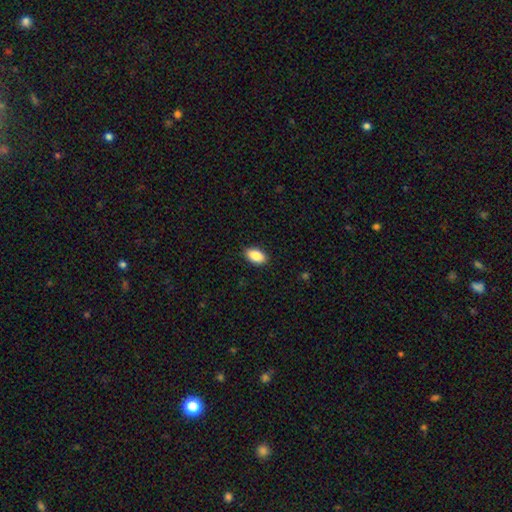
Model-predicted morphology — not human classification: Overall: smooth (88%). How rounded: in between (93%). Merging: none (89%).